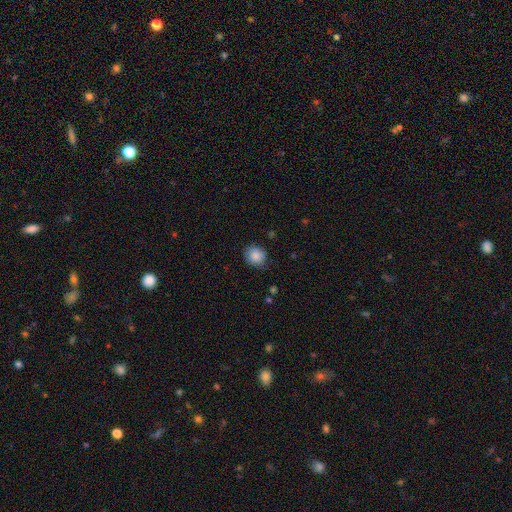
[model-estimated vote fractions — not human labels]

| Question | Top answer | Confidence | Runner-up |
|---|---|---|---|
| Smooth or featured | smooth | 87% | star or artifact (8%) |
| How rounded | round | 80% | in between (19%) |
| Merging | none | 82% | minor disturbance (14%) |